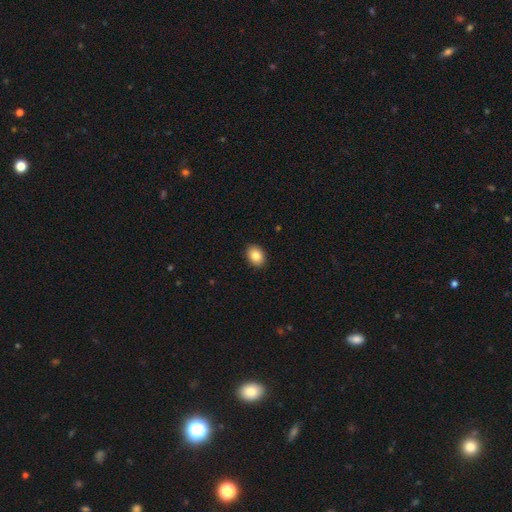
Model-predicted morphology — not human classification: Smooth or featured: smooth — 85% (star or artifact — 8%)
How rounded: in between — 62% (round — 37%)
Merging: none — 91% (minor disturbance — 6%)